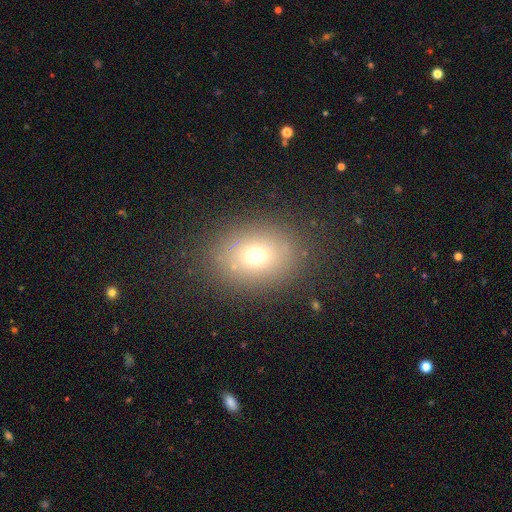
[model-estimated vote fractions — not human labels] smooth 69%, star or artifact 17%, featured or disk 15%. Down the decision tree: how rounded — in between (57%); merging — none (83%).